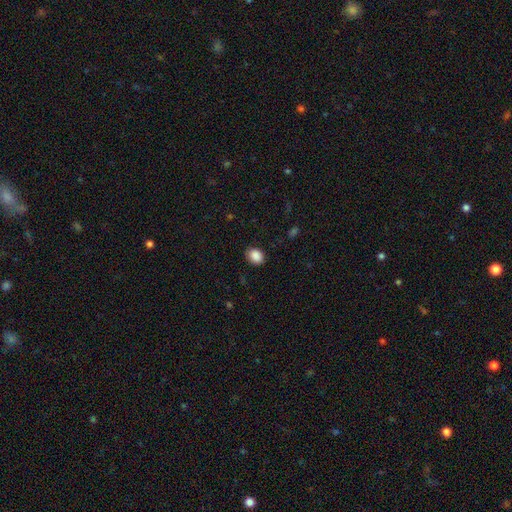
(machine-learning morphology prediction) Smooth or featured? smooth (89%)
How rounded? in between (55%)
Merging? none (86%)